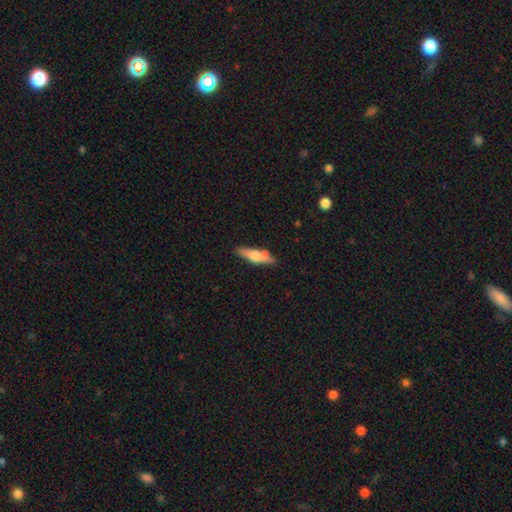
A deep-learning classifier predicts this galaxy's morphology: smooth-or-featured: smooth: 57% | featured or disk: 37% | star or artifact: 6%
  how-rounded: cigar-shaped: 63% | in between: 35% | round: 2%
  merging: none: 75% | minor disturbance: 17% | merger: 5% | major disturbance: 3%